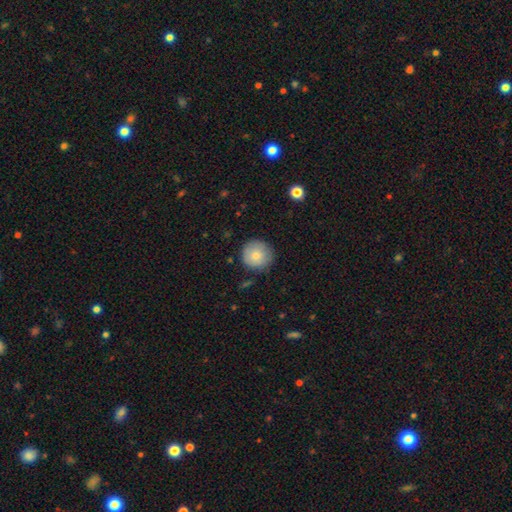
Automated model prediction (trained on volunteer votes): Smooth or featured: smooth — 80% (featured or disk — 12%)
How rounded: round — 95% (in between — 4%)
Merging: none — 86% (minor disturbance — 11%)